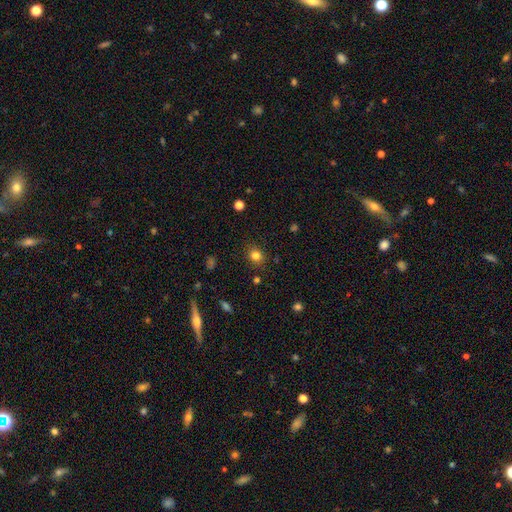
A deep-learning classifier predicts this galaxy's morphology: Overall: smooth (82%). How rounded: round (69%; in between 30%). Merging: none (86%).